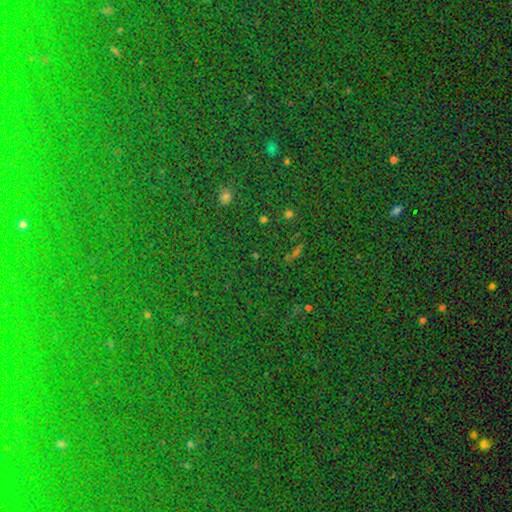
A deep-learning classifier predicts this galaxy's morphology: Overall: star or artifact (77%).